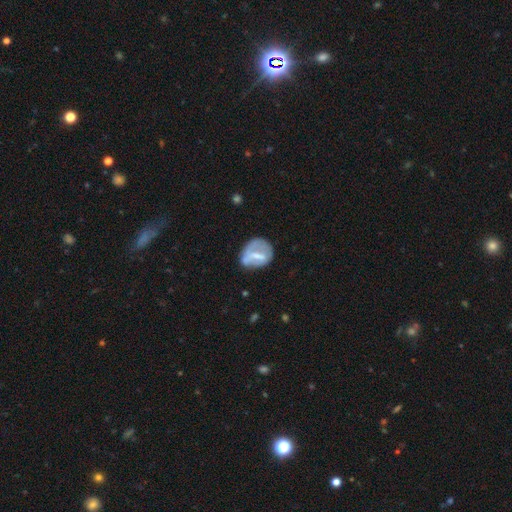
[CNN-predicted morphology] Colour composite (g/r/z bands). It shows a featured or disk galaxy (46%). Merging: none (47%).